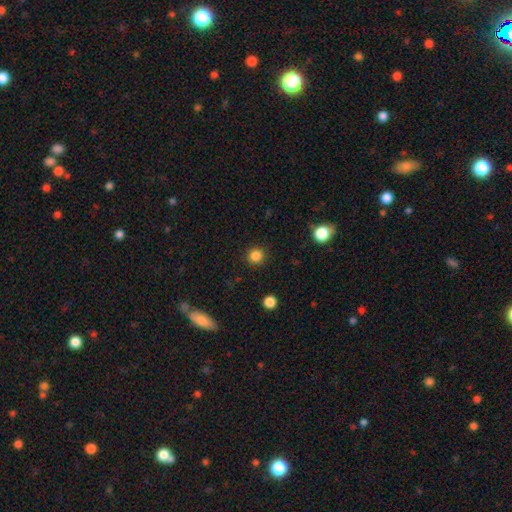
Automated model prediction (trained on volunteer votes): Smooth or featured?
  - smooth: 85% *
  - star or artifact: 12%
  - featured or disk: 3%
How rounded?
  - round: 93% *
  - in between: 6%
  - cigar-shaped: 1%
Merging?
  - none: 91% *
  - minor disturbance: 6%
  - major disturbance: 2%
  - merger: 1%